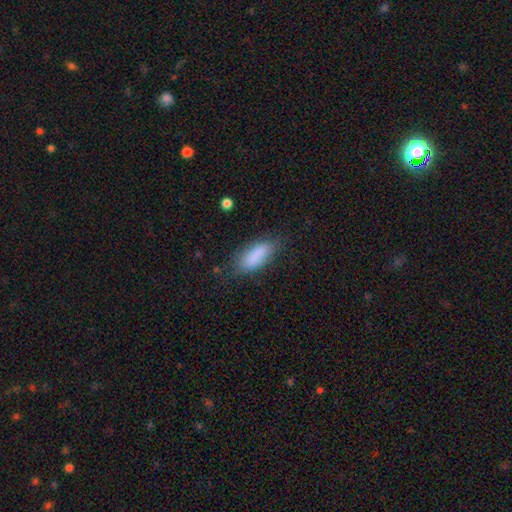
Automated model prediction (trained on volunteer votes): smooth_or_featured: smooth (p=0.84) [alt: featured or disk p=0.08]
how_rounded: in between (p=0.79) [alt: cigar-shaped p=0.19]
merging: none (p=0.69) [alt: minor disturbance p=0.22]